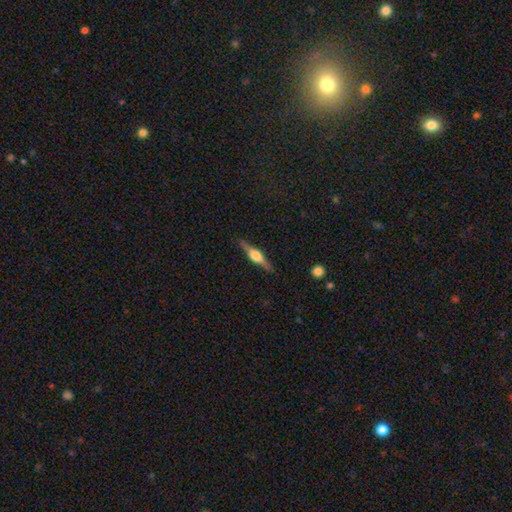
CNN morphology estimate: featured or disk 65%, smooth 29%, star or artifact 5%. Down the decision tree: edge-on disk — yes (96%); edge-on bulge — rounded (86%); merging — none (87%).